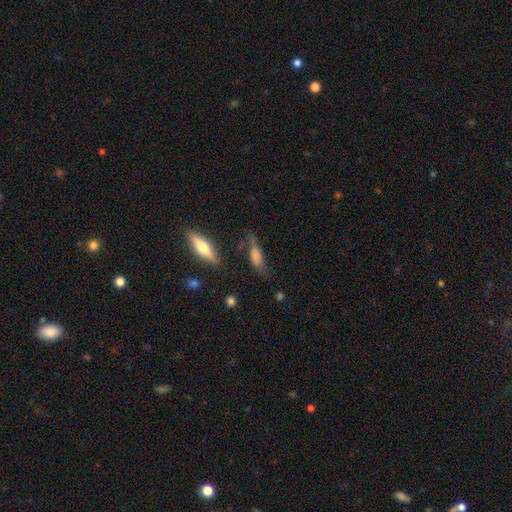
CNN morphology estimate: Overall: smooth (64%; featured or disk 26%). How rounded: in between (64%; cigar-shaped 30%). Merging: none (43%; minor disturbance 30%).